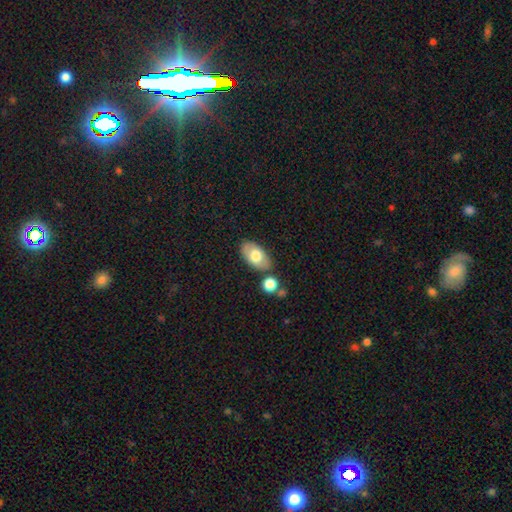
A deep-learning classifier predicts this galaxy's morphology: smooth-or-featured: smooth: 70% | featured or disk: 24% | star or artifact: 7%
  how-rounded: in between: 93% | round: 5% | cigar-shaped: 2%
  merging: none: 76% | minor disturbance: 13% | merger: 9% | major disturbance: 3%